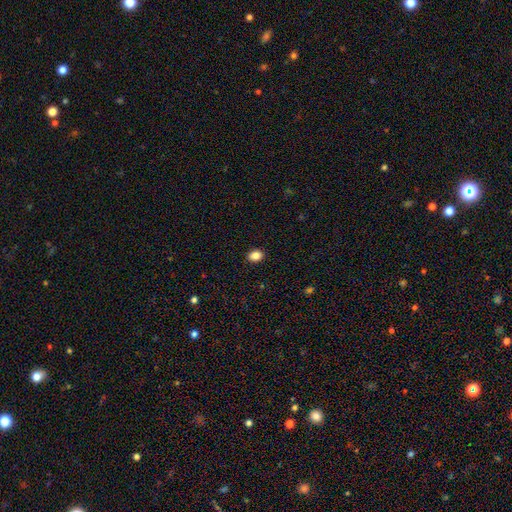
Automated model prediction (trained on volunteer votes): The model was most divided on "how rounded": in between: 67%, round: 32%, cigar-shaped: 1%. More confident: merging — none (90%); smooth or featured — smooth (86%).